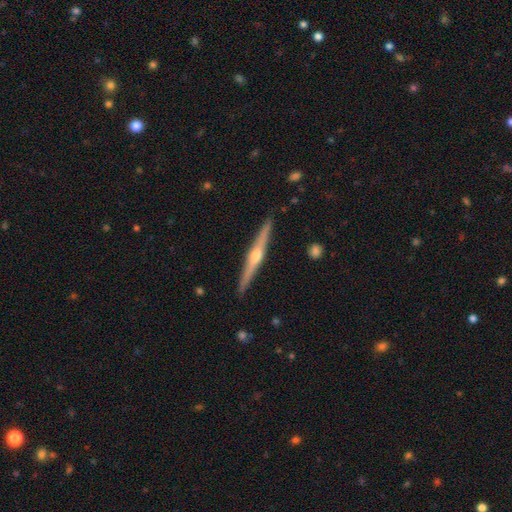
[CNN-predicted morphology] Smooth or featured: featured or disk — 81% (smooth — 14%)
Edge-on disk: yes — 98% (no — 2%)
Edge-on bulge: rounded — 91% (none — 5%)
Merging: none — 91% (minor disturbance — 6%)